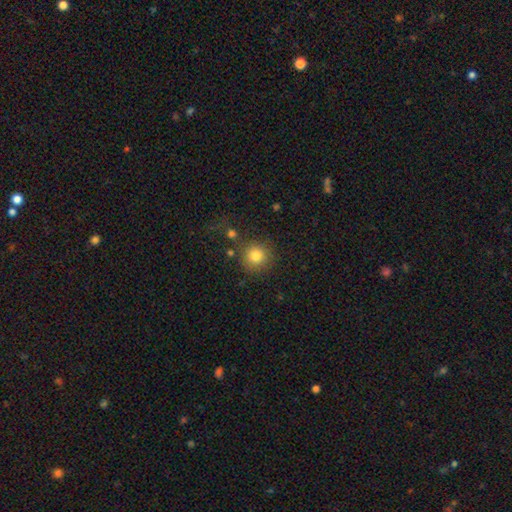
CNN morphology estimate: Q: Smooth or featured?
A: smooth (82%); runner-up: star or artifact (12%)
Q: How rounded?
A: round (93%); runner-up: in between (6%)
Q: Merging?
A: none (80%); runner-up: minor disturbance (9%)